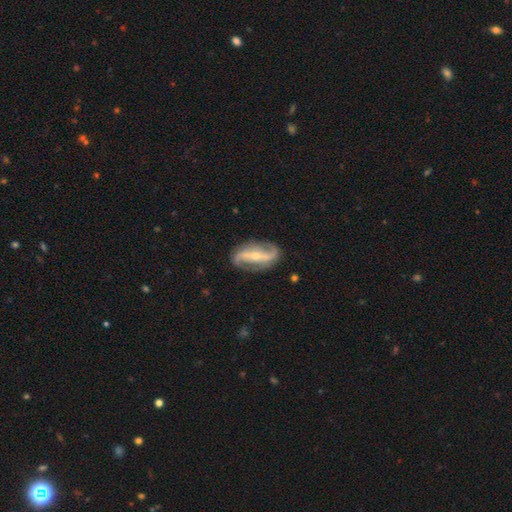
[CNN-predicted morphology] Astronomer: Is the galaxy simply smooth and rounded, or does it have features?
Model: featured or disk — 88%.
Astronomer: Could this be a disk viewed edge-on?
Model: no — 93%.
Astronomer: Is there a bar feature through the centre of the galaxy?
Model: strong — 60%.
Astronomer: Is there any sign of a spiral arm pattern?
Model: yes — 95%.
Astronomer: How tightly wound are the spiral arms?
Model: loose — 55% (runner-up: medium, 31%).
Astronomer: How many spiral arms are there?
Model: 2 — 92%.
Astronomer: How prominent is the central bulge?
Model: small — 58% (runner-up: moderate, 39%).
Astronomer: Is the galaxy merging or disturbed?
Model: none — 82%.